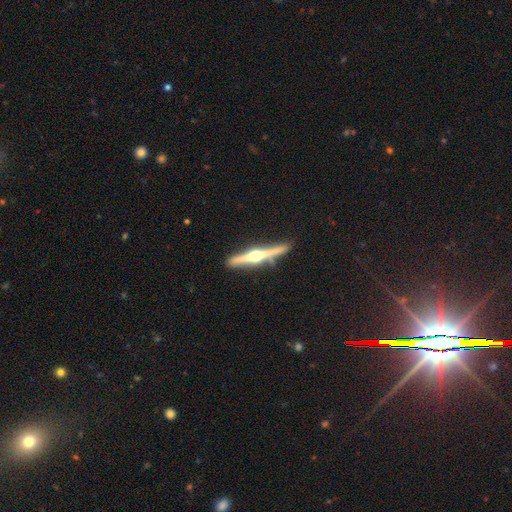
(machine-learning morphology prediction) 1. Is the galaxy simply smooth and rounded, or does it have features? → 80% featured or disk, 15% smooth, 5% star or artifact.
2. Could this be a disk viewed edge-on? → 98% yes, 2% no.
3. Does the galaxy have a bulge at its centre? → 96% rounded, 2% boxy, 2% none.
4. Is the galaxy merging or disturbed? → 85% none, 9% minor disturbance, 4% merger, 2% major disturbance.